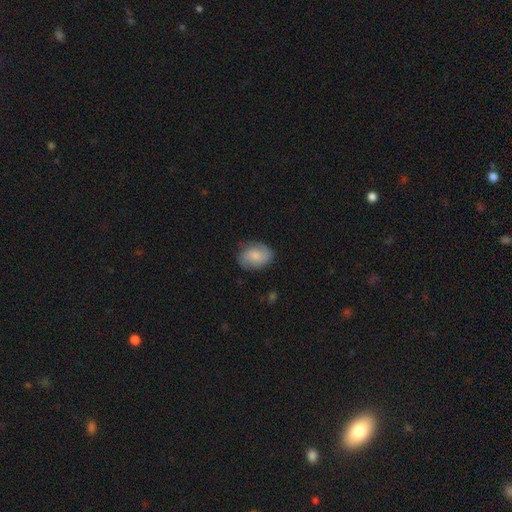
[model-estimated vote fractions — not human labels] A smooth galaxy with no disk features (64%) that is in between round and cigar-shaped (67%).

Vote fractions:
- Smooth or featured? smooth: 64% / featured or disk: 29% / star or artifact: 7%
- How rounded? in between: 67% / round: 31% / cigar-shaped: 1%
- Merging? none: 76% / minor disturbance: 18% / major disturbance: 5% / merger: 1%